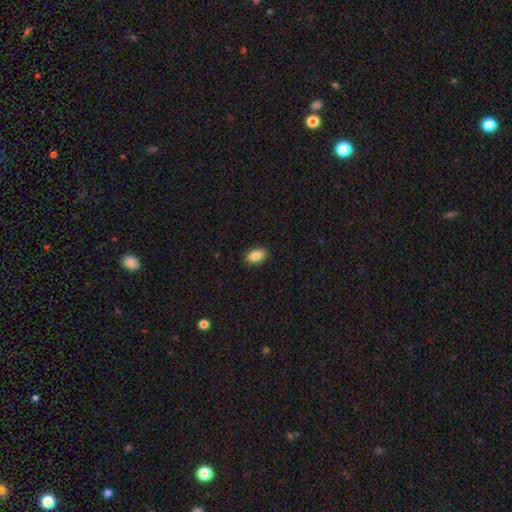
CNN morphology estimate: The model was most divided on "smooth or featured": smooth: 85%, star or artifact: 8%, featured or disk: 7%. More confident: merging — none (90%); how rounded — in between (89%).